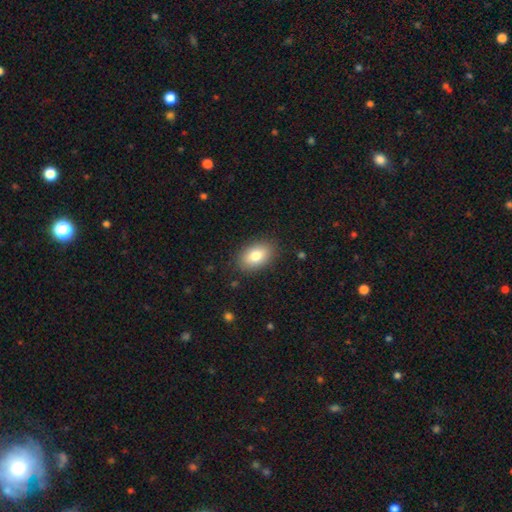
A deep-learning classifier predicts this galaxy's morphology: Smooth or featured? smooth (80%)
How rounded? in between (88%)
Merging? none (86%)